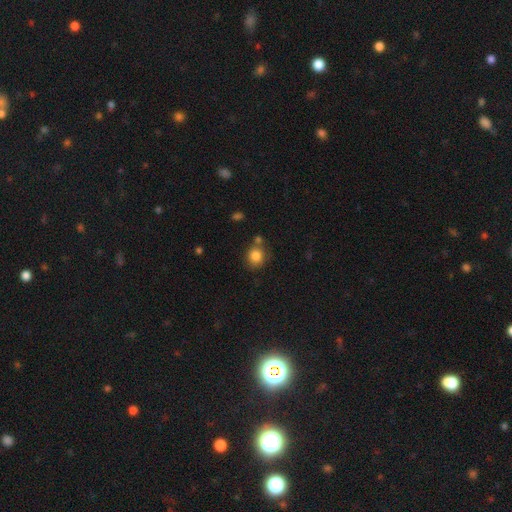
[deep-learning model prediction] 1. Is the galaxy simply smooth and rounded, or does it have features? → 84% smooth, 10% star or artifact, 6% featured or disk.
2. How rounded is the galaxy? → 81% round, 18% in between, 1% cigar-shaped.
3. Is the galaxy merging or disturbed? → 70% none, 14% minor disturbance, 12% merger, 4% major disturbance.